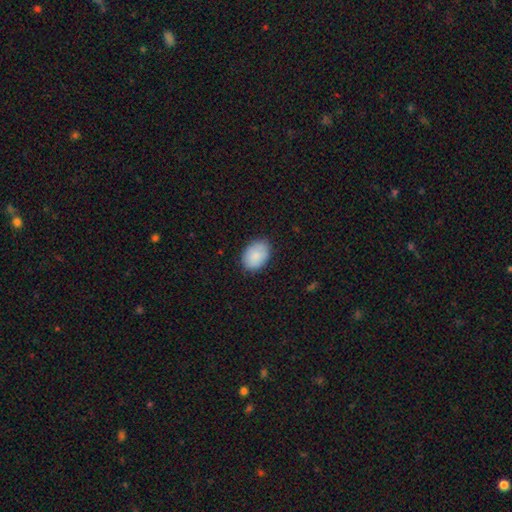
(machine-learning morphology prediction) smooth_or_featured: smooth (p=0.84) [alt: featured or disk p=0.09]
how_rounded: in between (p=0.77) [alt: round p=0.22]
merging: none (p=0.83) [alt: minor disturbance p=0.13]